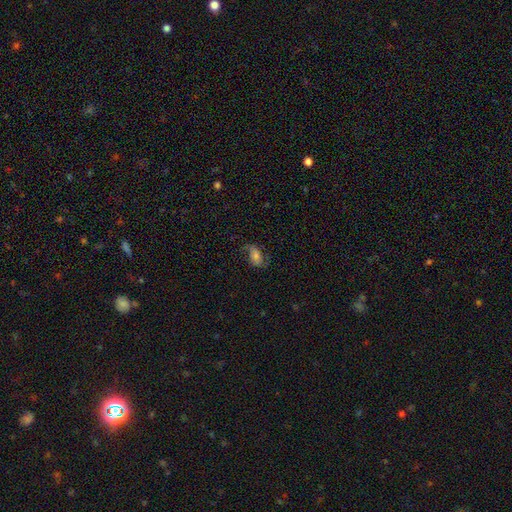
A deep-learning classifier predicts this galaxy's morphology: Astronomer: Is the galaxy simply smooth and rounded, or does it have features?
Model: featured or disk — 47% (runner-up: smooth, 42%).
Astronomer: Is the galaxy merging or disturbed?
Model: none — 62%.